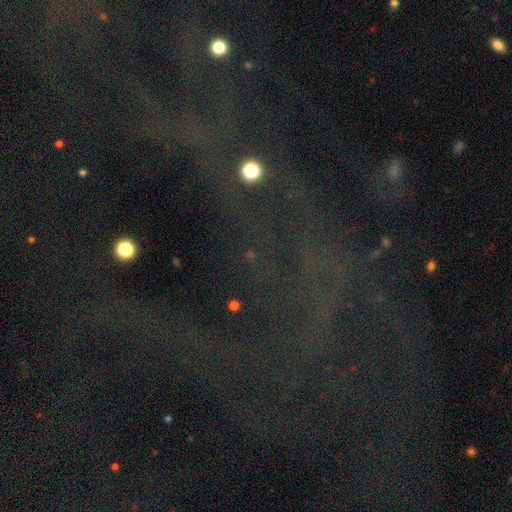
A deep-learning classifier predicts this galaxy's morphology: Smooth or featured?
  - star or artifact: 73% *
  - featured or disk: 16%
  - smooth: 12%